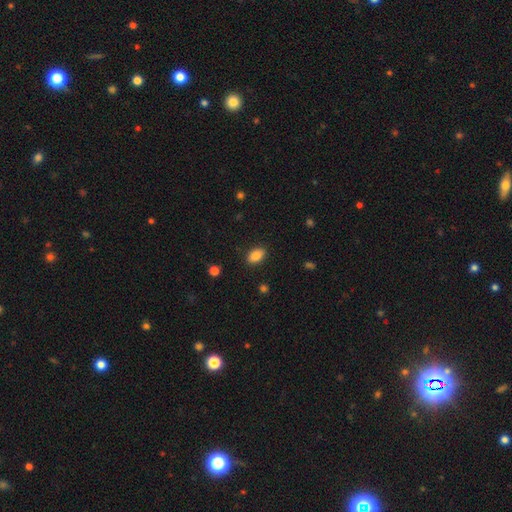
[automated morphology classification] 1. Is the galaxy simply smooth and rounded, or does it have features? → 85% smooth, 8% star or artifact, 6% featured or disk.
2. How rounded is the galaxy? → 88% in between, 10% round, 2% cigar-shaped.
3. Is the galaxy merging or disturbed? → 88% none, 9% minor disturbance, 2% major disturbance, 1% merger.